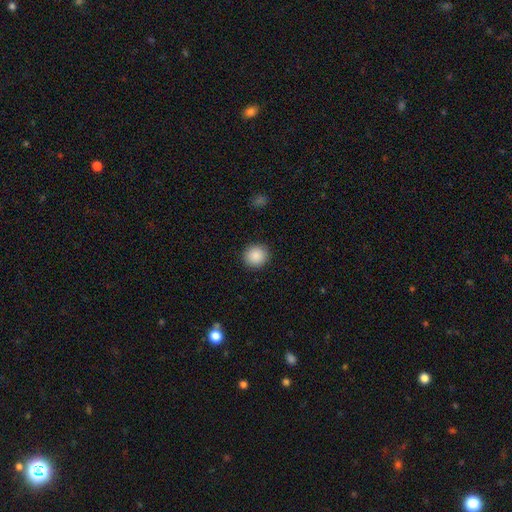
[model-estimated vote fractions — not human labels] Q: Smooth or featured?
A: smooth (89%); runner-up: star or artifact (8%)
Q: How rounded?
A: round (91%); runner-up: in between (8%)
Q: Merging?
A: none (91%); runner-up: minor disturbance (6%)